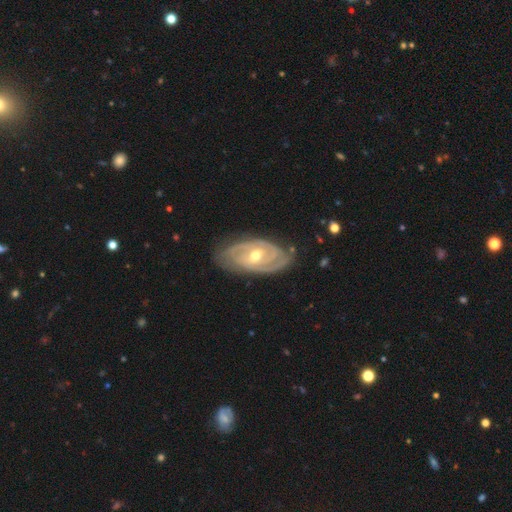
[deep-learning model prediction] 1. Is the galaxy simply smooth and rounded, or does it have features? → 88% featured or disk, 7% smooth, 4% star or artifact.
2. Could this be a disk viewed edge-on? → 95% no, 5% yes.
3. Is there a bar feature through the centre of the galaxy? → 49% no, 38% weak, 13% strong.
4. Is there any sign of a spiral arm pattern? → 95% yes, 5% no.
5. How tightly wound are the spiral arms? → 75% tight, 21% medium, 4% loose.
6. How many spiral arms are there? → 53% 2, 20% can't tell, 16% 3, 4% 4, 4% 1, 3% more than 4.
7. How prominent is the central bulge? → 66% moderate, 30% small, 2% large, 1% none, 1% dominant.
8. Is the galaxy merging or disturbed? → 76% none, 18% minor disturbance, 4% major disturbance, 1% merger.